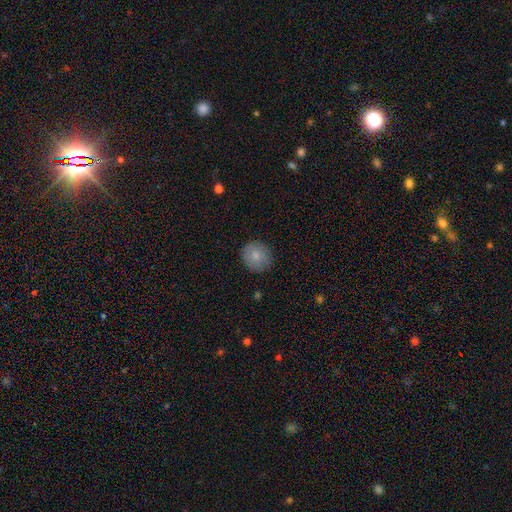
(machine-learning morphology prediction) Smooth or featured: smooth — 83% (featured or disk — 10%)
How rounded: round — 86% (in between — 13%)
Merging: none — 87% (minor disturbance — 10%)